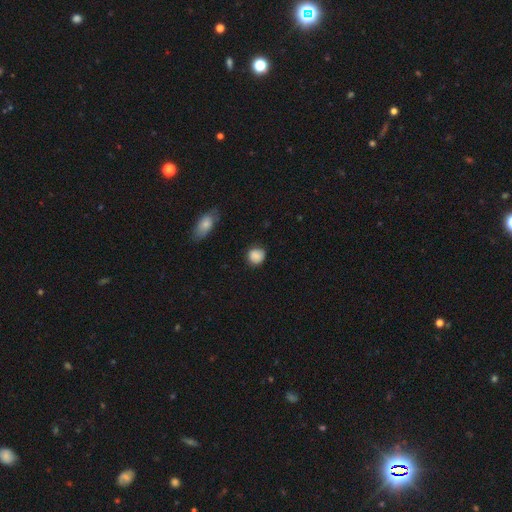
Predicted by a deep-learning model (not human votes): smooth 85%, star or artifact 9%, featured or disk 6%. Down the decision tree: how rounded — round (82%); merging — none (79%).